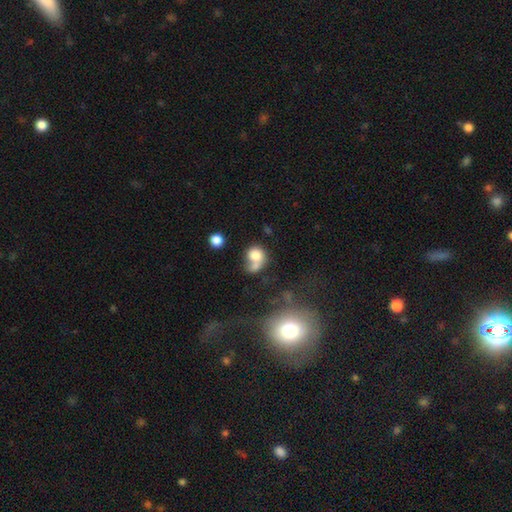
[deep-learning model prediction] smooth_or_featured: smooth (p=0.72) [alt: featured or disk p=0.18]
how_rounded: round (p=0.65) [alt: in between p=0.34]
merging: merger (p=0.45) [alt: none p=0.27]